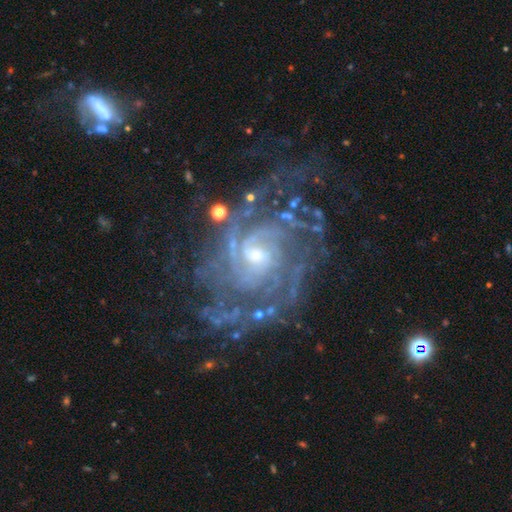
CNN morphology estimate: This appears to be a featured or disk galaxy (91%) with no bar (51%), tight (66%) spiral arms (98%) and a small central bulge (53%). Merging: none (66%).